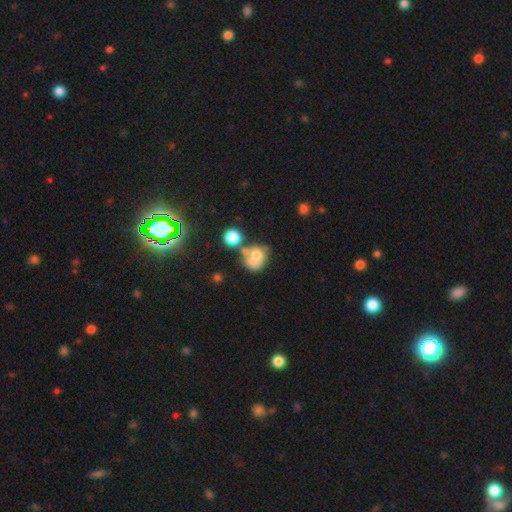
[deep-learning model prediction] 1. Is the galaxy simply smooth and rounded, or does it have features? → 58% smooth, 29% featured or disk, 13% star or artifact.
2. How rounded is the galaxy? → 67% round, 32% in between, 1% cigar-shaped.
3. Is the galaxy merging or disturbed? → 47% merger, 28% none, 14% minor disturbance, 11% major disturbance.